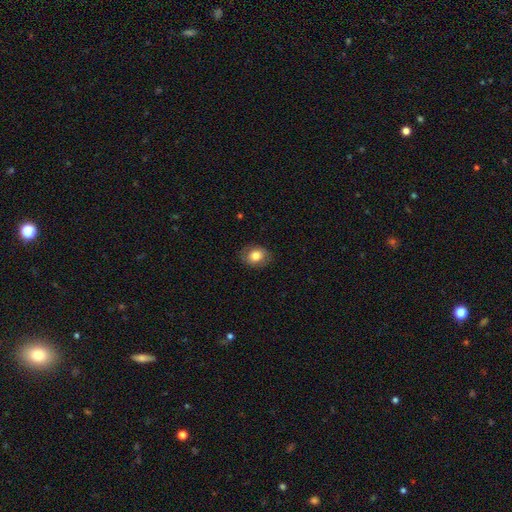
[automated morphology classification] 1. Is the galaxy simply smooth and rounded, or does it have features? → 77% smooth, 15% featured or disk, 8% star or artifact.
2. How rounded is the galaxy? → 53% in between, 46% round, 1% cigar-shaped.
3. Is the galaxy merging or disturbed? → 82% none, 13% minor disturbance, 4% major disturbance, 1% merger.